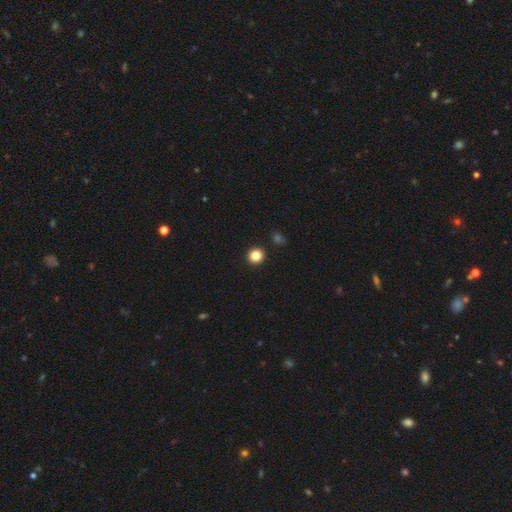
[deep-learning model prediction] This is clearly a smooth galaxy (85%). How rounded: clearly round (92%). Merging: clearly none (92%).